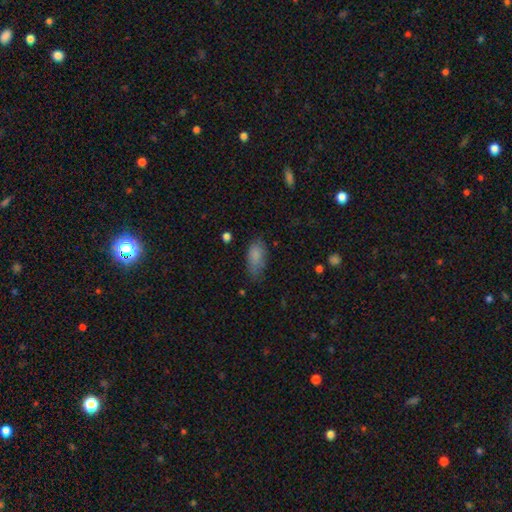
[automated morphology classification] smooth_or_featured: smooth (p=0.84) [alt: star or artifact p=0.08]
how_rounded: in between (p=0.89) [alt: cigar-shaped p=0.07]
merging: none (p=0.62) [alt: minor disturbance p=0.28]